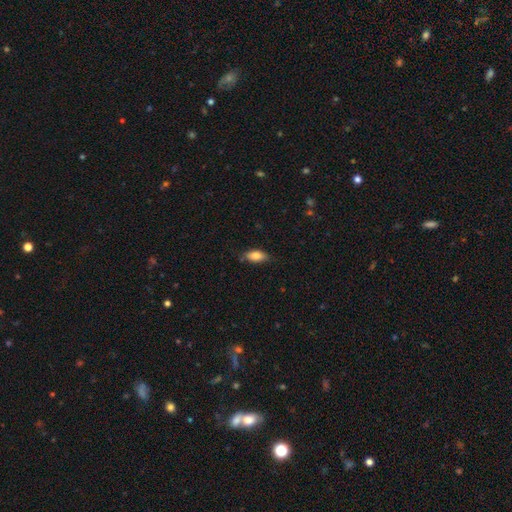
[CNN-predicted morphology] Q: Smooth or featured?
A: smooth (82%); runner-up: featured or disk (11%)
Q: How rounded?
A: in between (85%); runner-up: cigar-shaped (12%)
Q: Merging?
A: none (77%); runner-up: minor disturbance (19%)